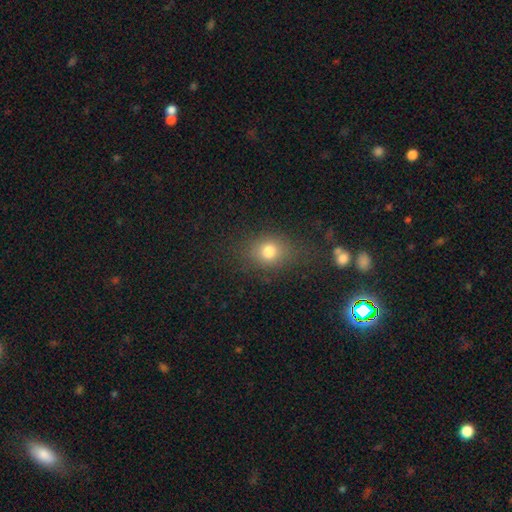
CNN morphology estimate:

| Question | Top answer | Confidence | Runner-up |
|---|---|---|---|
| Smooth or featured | smooth | 62% | star or artifact (30%) |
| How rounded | round | 58% | in between (40%) |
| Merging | none | 82% | minor disturbance (10%) |